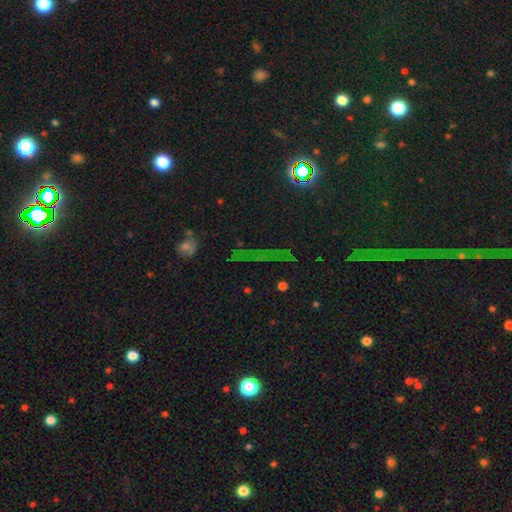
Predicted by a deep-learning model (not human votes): Smooth or featured?
  - star or artifact: 77% *
  - smooth: 13%
  - featured or disk: 10%